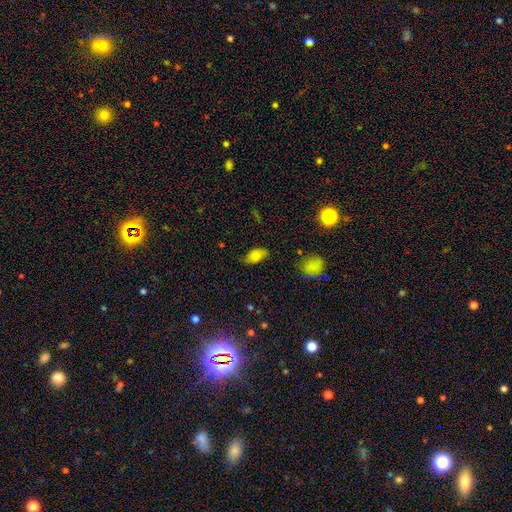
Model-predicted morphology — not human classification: This is clearly a smooth galaxy (80%). How rounded: clearly in between (91%). Merging: likely none (72%).